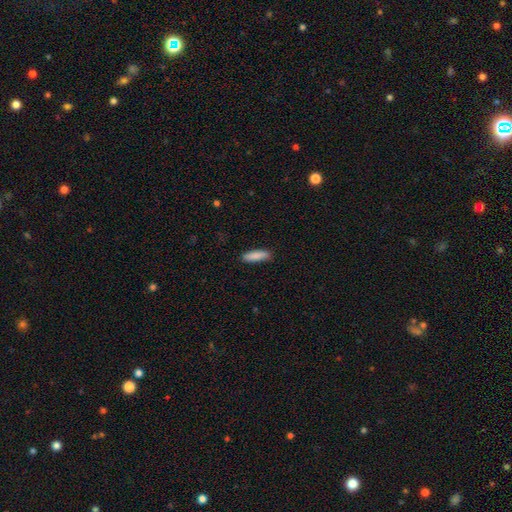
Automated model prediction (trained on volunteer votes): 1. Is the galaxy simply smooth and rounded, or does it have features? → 88% smooth, 6% star or artifact, 6% featured or disk.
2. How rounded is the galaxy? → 65% cigar-shaped, 33% in between, 1% round.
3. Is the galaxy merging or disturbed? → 87% none, 10% minor disturbance, 2% major disturbance, 1% merger.